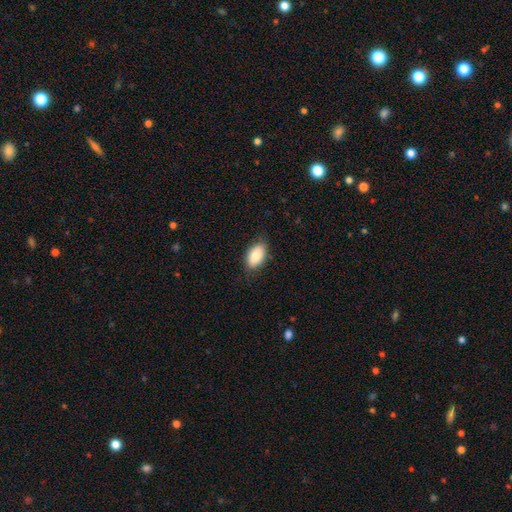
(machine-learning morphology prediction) Overall: smooth (85%). How rounded: in between (92%). Merging: none (81%).